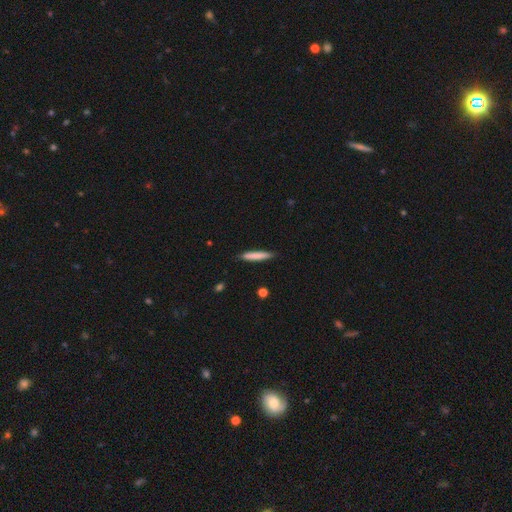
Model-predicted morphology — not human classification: smooth-or-featured: smooth: 80% | featured or disk: 14% | star or artifact: 6%
  how-rounded: cigar-shaped: 93% | in between: 6% | round: 1%
  merging: none: 89% | minor disturbance: 9% | major disturbance: 2% | merger: 1%